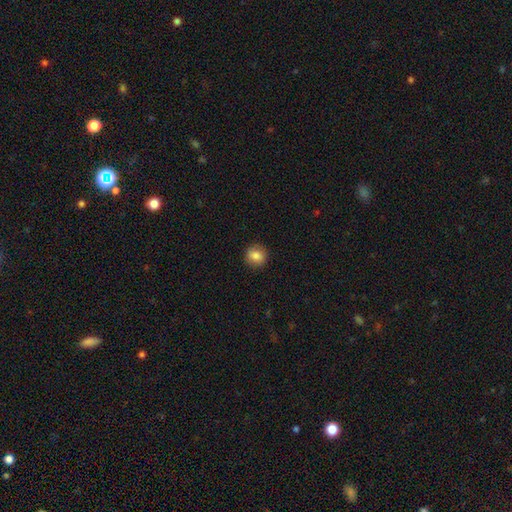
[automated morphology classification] A smooth galaxy with no disk features (83%) that is round (80%). Merging: none (88%).